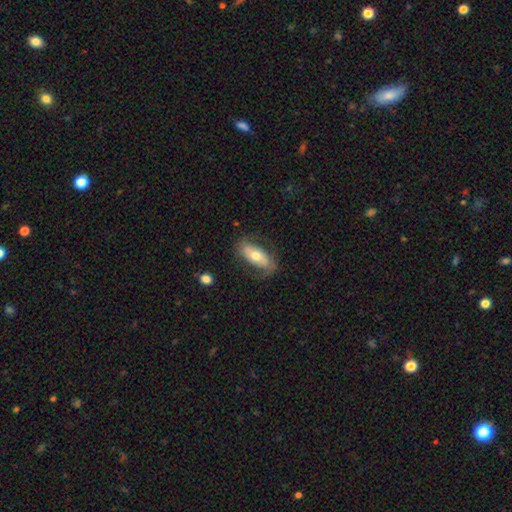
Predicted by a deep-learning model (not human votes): A smooth galaxy with no disk features (50%) that is in between round and cigar-shaped (82%). Merging: none (69%).